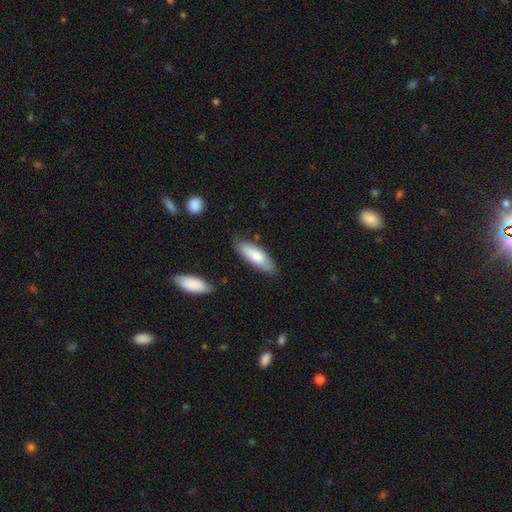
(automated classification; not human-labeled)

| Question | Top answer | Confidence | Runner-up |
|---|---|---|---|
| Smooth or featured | smooth | 75% | featured or disk (19%) |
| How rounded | in between | 60% | cigar-shaped (39%) |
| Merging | none | 76% | minor disturbance (17%) |